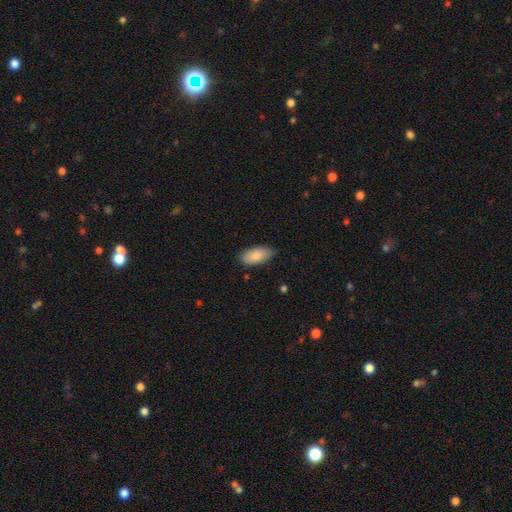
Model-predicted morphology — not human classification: Smooth or featured? Predicted: smooth (p=0.85). How rounded? Predicted: in between (p=0.92). Merging? Predicted: none (p=0.80).